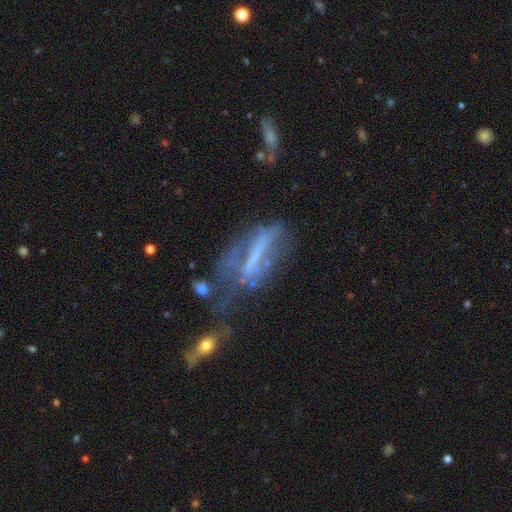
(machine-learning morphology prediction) Smooth or featured: featured or disk — 60% (smooth — 26%)
Edge-on disk: no — 68% (yes — 32%)
Merging: major disturbance — 34% (none — 30%)